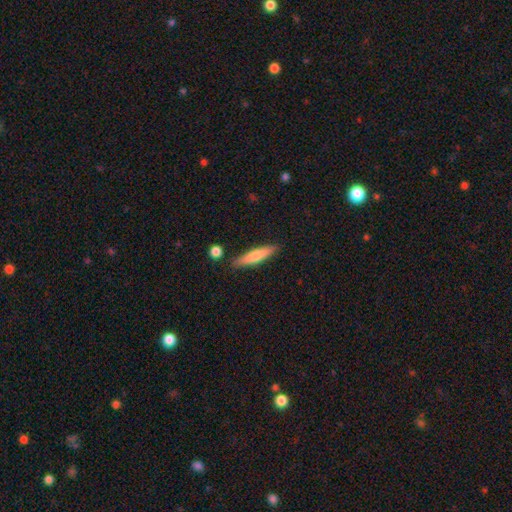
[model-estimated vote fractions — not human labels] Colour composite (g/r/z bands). It shows a smooth galaxy with no disk features (67%) that is cigar-shaped (86%). Merging: none (85%).